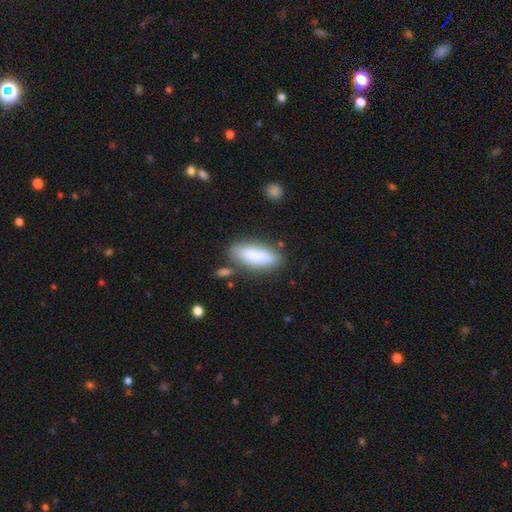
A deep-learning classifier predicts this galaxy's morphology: Overall: smooth (84%). How rounded: in between (66%; cigar-shaped 32%). Merging: none (74%).